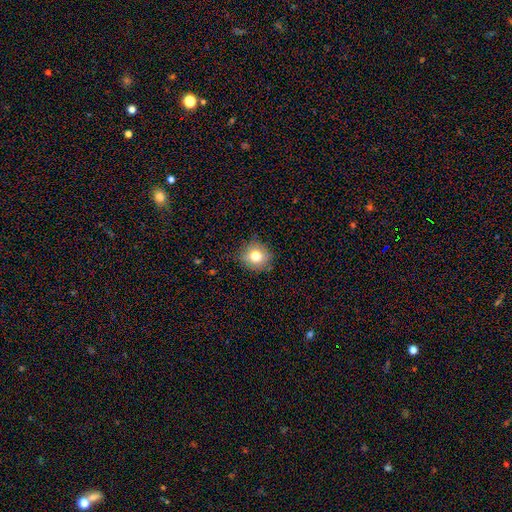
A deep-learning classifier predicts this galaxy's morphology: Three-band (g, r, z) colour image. It shows a smooth galaxy with no disk features (77%) that is round (86%). Merging: none (83%).